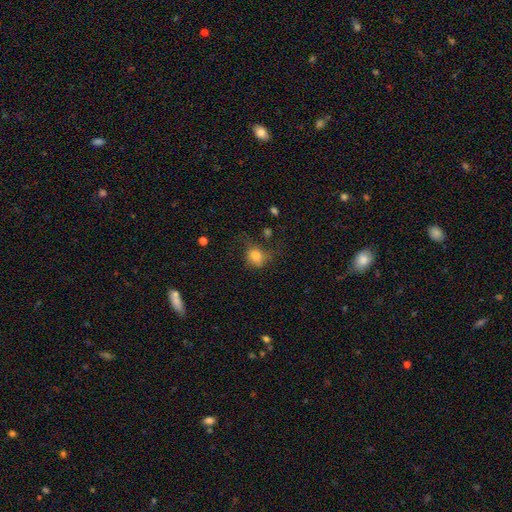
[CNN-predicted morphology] Smooth or featured? Predicted: smooth (p=0.79). How rounded? Predicted: round (p=0.62). Merging? Predicted: none (p=0.45).